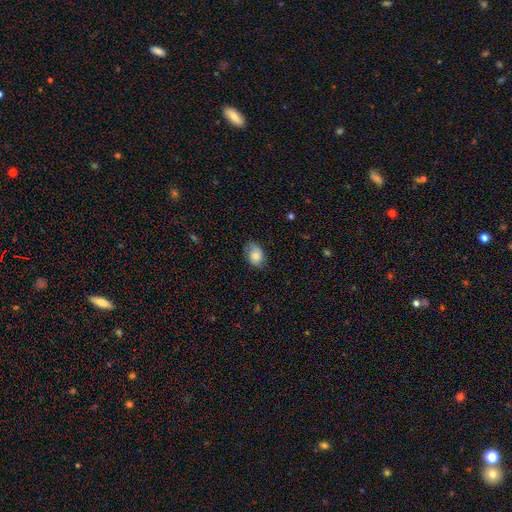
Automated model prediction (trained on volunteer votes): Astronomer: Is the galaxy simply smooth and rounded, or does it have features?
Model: smooth — 74%.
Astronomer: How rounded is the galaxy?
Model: in between — 79%.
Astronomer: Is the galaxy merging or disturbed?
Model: none — 69%.